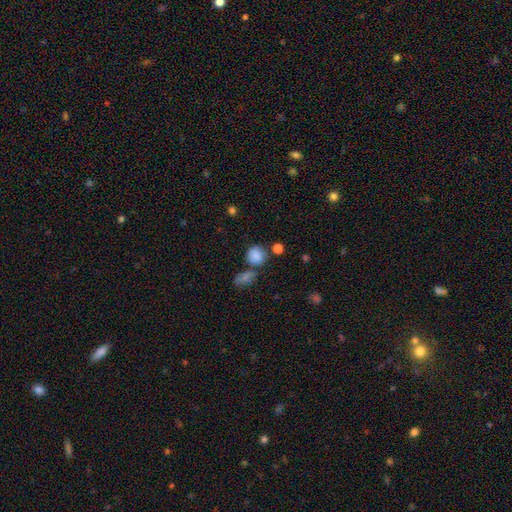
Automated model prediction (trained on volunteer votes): A smooth galaxy with no disk features (83%) that is round (78%).

Vote fractions:
- Smooth or featured? smooth: 83% / star or artifact: 10% / featured or disk: 7%
- How rounded? round: 78% / in between: 20% / cigar-shaped: 1%
- Merging? none: 59% / merger: 20% / minor disturbance: 15% / major disturbance: 6%